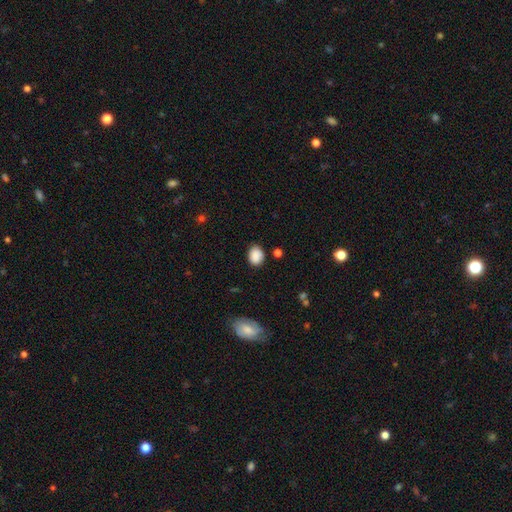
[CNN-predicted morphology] A smooth galaxy with no disk features (87%) that is in between round and cigar-shaped (55%).

Vote fractions:
- Smooth or featured? smooth: 87% / star or artifact: 9% / featured or disk: 4%
- How rounded? in between: 55% / round: 44% / cigar-shaped: 1%
- Merging? none: 79% / minor disturbance: 15% / major disturbance: 3% / merger: 3%